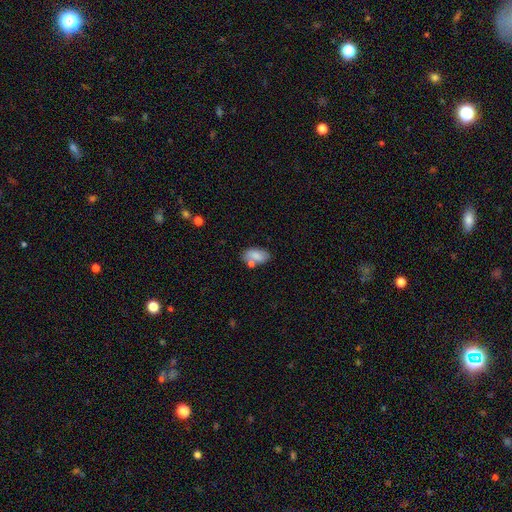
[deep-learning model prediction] smooth_or_featured: smooth (p=0.80) [alt: featured or disk p=0.12]
how_rounded: in between (p=0.92) [alt: round p=0.05]
merging: none (p=0.59) [alt: merger p=0.19]